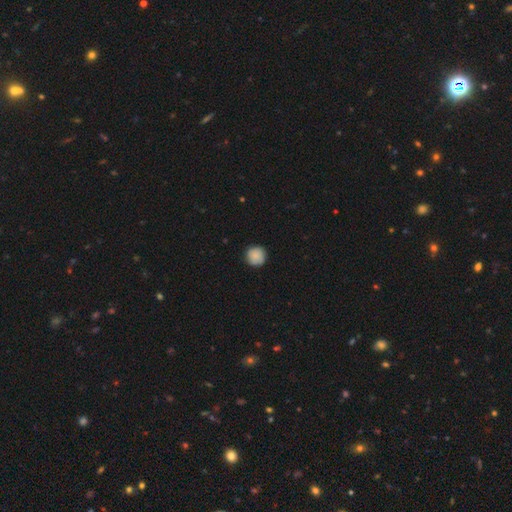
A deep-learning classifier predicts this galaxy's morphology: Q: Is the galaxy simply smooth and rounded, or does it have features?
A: smooth — 88%.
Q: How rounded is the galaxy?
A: round — 95%.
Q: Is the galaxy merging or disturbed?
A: none — 89%.